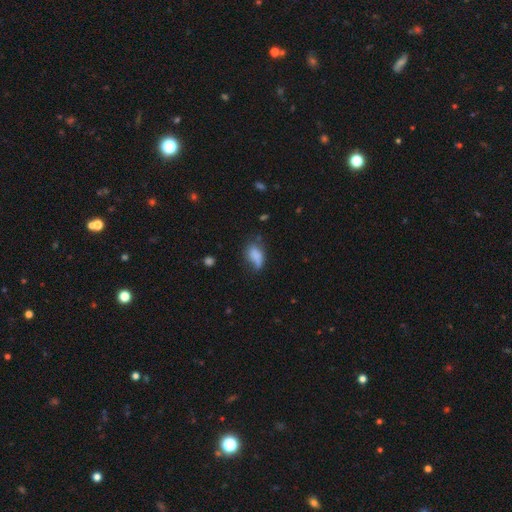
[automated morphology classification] A smooth galaxy with no disk features (75%) that is in between round and cigar-shaped (87%). Merging: minor disturbance (36%).